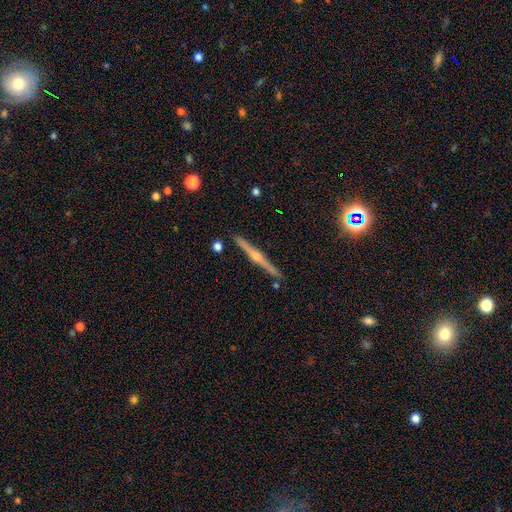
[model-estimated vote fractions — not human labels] Morphology: type=featured or disk (81%); edge-on=yes (98%); edge-on bulge=rounded (90%); merging=none (91%).